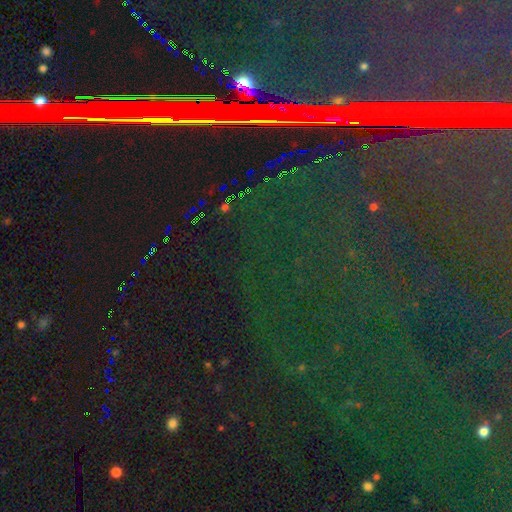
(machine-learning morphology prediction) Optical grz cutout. It shows a star or artifact, not a galaxy (88%).